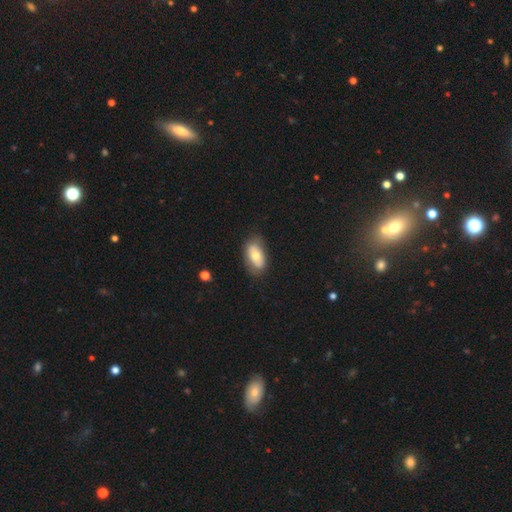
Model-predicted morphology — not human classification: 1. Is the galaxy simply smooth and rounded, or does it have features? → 63% smooth, 31% featured or disk, 6% star or artifact.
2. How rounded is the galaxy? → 91% in between, 5% round, 4% cigar-shaped.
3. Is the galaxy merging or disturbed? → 74% none, 20% minor disturbance, 5% major disturbance, 1% merger.